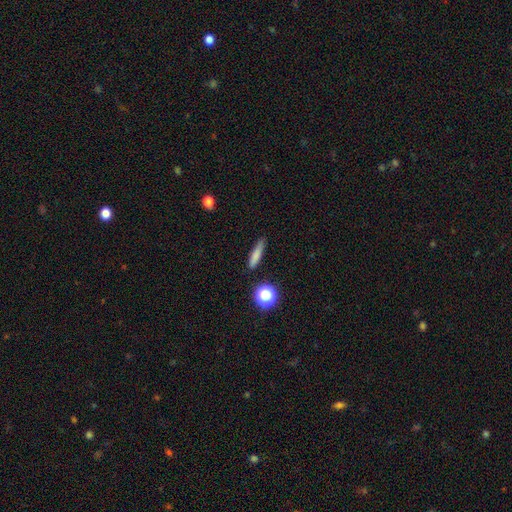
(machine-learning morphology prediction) type=smooth (76%); roundness=cigar-shaped (81%); merging=none (82%).